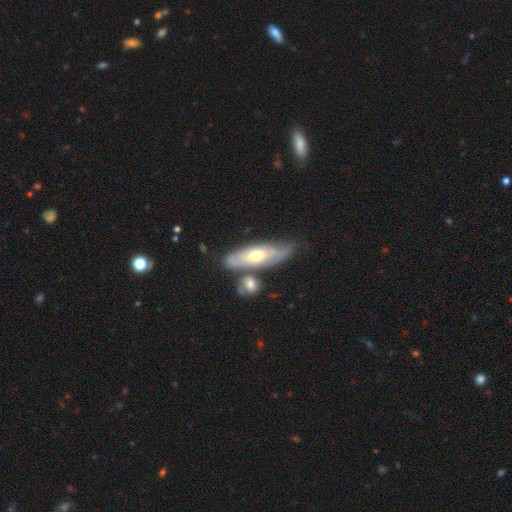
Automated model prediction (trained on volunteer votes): Smooth or featured? Predicted: featured or disk (p=0.54). Edge-on disk? Predicted: no (p=0.62). Merging? Predicted: none (p=0.58).